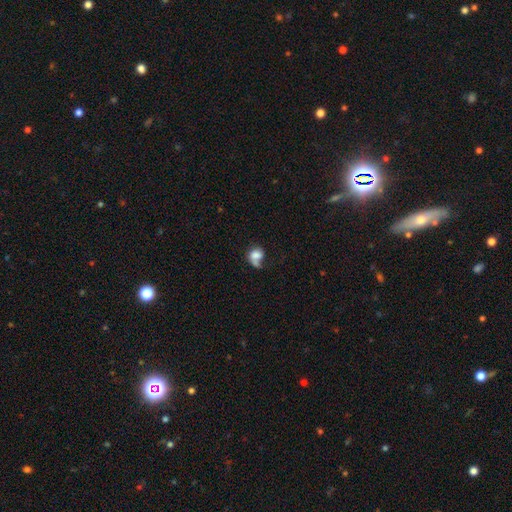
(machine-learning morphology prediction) smooth-or-featured: smooth: 67% | featured or disk: 24% | star or artifact: 10%
  how-rounded: round: 50% | in between: 48% | cigar-shaped: 1%
  merging: major disturbance: 32% | none: 28% | merger: 22% | minor disturbance: 17%